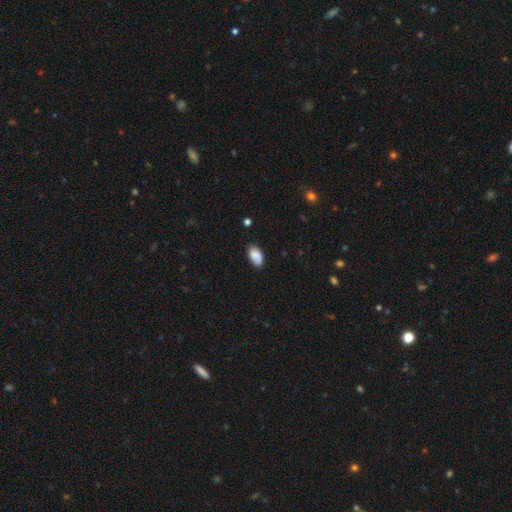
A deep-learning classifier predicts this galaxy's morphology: A smooth galaxy with no disk features (83%) that is in between round and cigar-shaped (93%).

Vote fractions:
- Smooth or featured? smooth: 83% / featured or disk: 10% / star or artifact: 8%
- How rounded? in between: 93% / round: 5% / cigar-shaped: 2%
- Merging? none: 71% / minor disturbance: 22% / major disturbance: 4% / merger: 3%